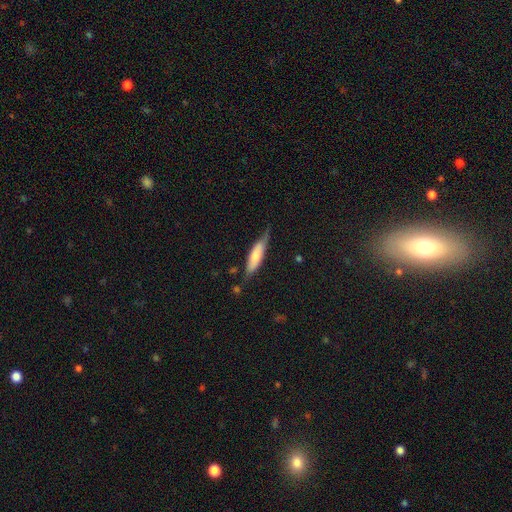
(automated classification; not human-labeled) A smooth galaxy with no disk features (64%) that is cigar-shaped (63%). Merging: none (57%).